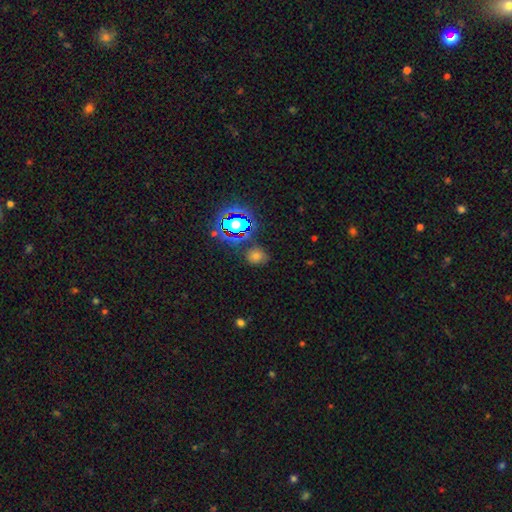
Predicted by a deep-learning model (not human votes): This is possibly a smooth galaxy (51%). How rounded: likely round (64%). Merging: likely none (78%).